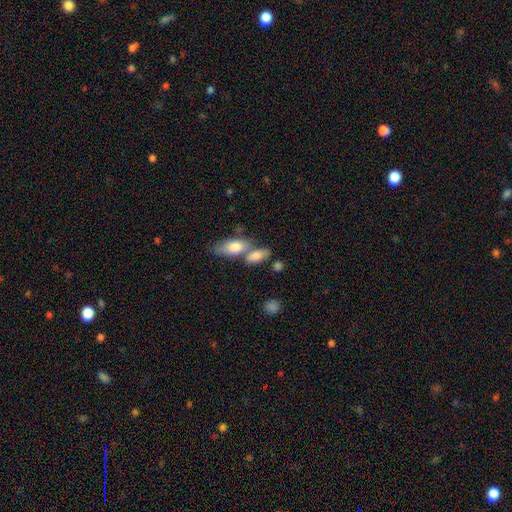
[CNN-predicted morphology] smooth_or_featured: smooth (p=0.78) [alt: featured or disk p=0.15]
how_rounded: in between (p=0.82) [alt: cigar-shaped p=0.12]
merging: merger (p=0.51) [alt: none p=0.33]